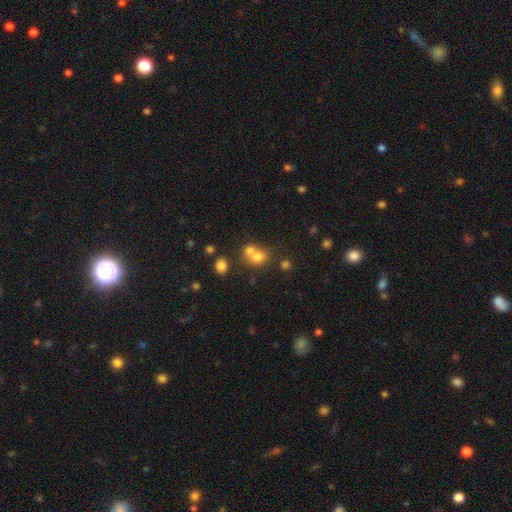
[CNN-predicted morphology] Smooth or featured?
  - smooth: 71% *
  - star or artifact: 14%
  - featured or disk: 14%
How rounded?
  - round: 70% *
  - in between: 29%
  - cigar-shaped: 1%
Merging?
  - merger: 56% *
  - none: 34%
  - minor disturbance: 7%
  - major disturbance: 4%